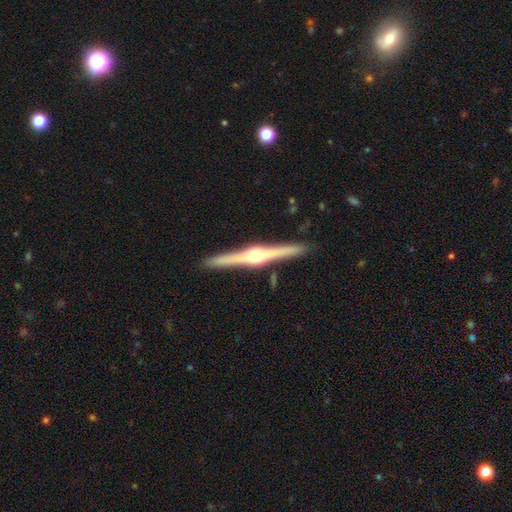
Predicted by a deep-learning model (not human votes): Overall: featured or disk (86%). Edge-on disk: yes (99%). Edge-on bulge: rounded (88%). Merging: none (92%).